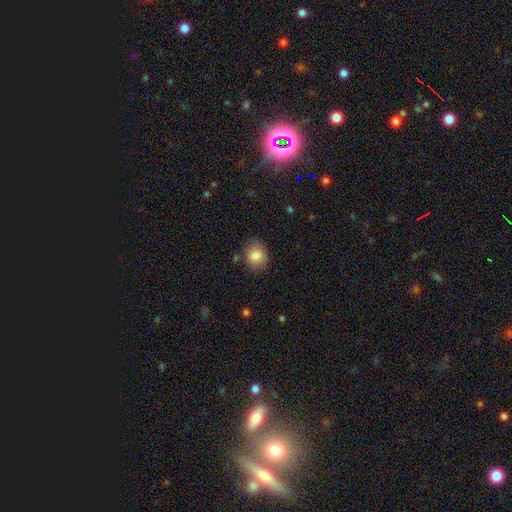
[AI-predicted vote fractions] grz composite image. It shows a smooth galaxy with no disk features (84%) that is round (64%). Merging: none (80%).